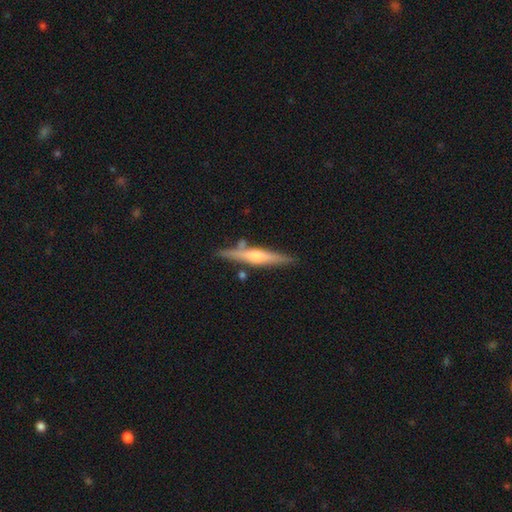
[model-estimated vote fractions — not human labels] smooth_or_featured: featured or disk (p=0.72) [alt: smooth p=0.22]
disk_edge_on: yes (p=0.97) [alt: no p=0.03]
edge_on_bulge: rounded (p=0.75) [alt: boxy p=0.14]
merging: none (p=0.84) [alt: minor disturbance p=0.11]